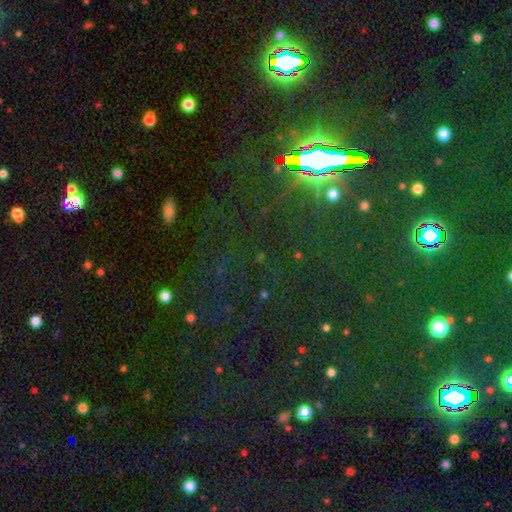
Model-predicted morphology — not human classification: Overall: star or artifact (77%).